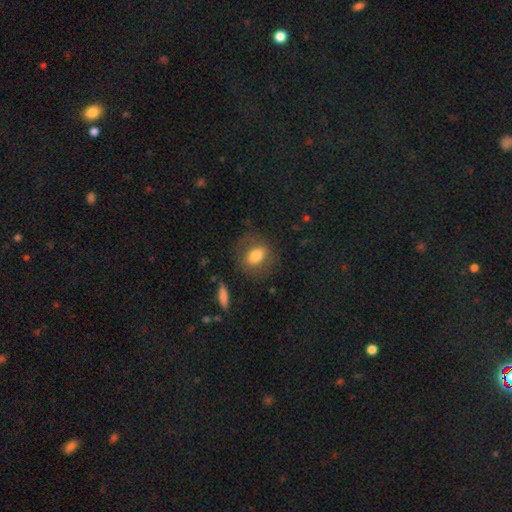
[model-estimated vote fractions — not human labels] Q: Smooth or featured?
A: smooth (70%); runner-up: featured or disk (22%)
Q: How rounded?
A: in between (67%); runner-up: round (30%)
Q: Merging?
A: none (71%); runner-up: minor disturbance (17%)